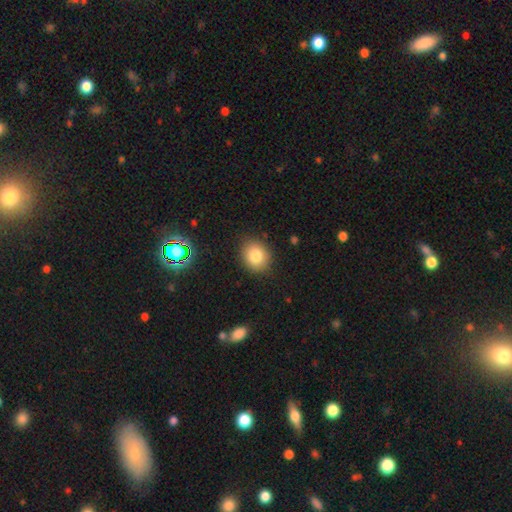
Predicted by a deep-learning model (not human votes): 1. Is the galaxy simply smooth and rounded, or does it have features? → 80% smooth, 11% star or artifact, 8% featured or disk.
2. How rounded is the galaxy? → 70% round, 29% in between, 1% cigar-shaped.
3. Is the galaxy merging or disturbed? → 87% none, 9% minor disturbance, 2% major disturbance, 1% merger.